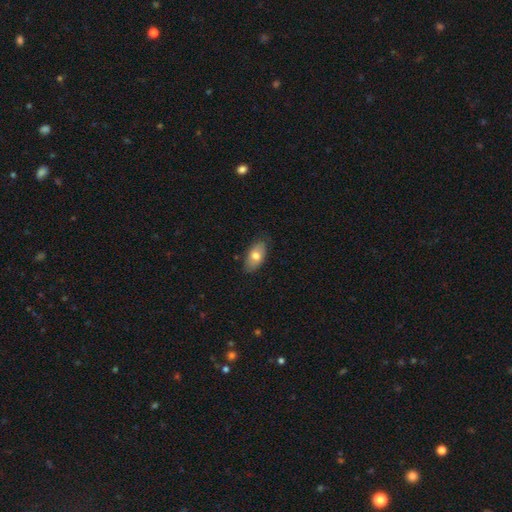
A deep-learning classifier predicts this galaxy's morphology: Smooth or featured?
  - smooth: 74% *
  - featured or disk: 20%
  - star or artifact: 7%
How rounded?
  - in between: 92% *
  - round: 4%
  - cigar-shaped: 4%
Merging?
  - none: 81% *
  - minor disturbance: 15%
  - major disturbance: 3%
  - merger: 1%